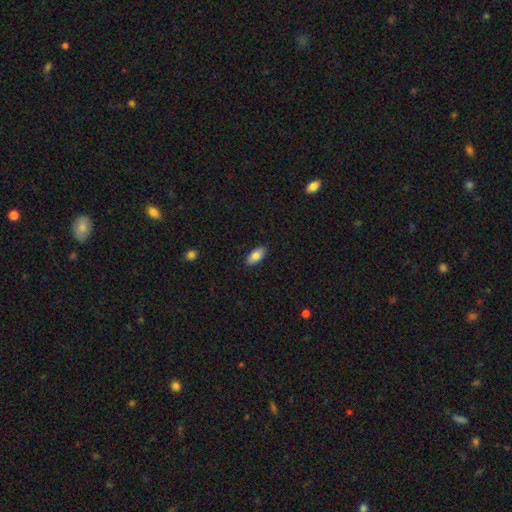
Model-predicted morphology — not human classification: Smooth or featured? smooth (82%)
How rounded? in between (90%)
Merging? none (89%)